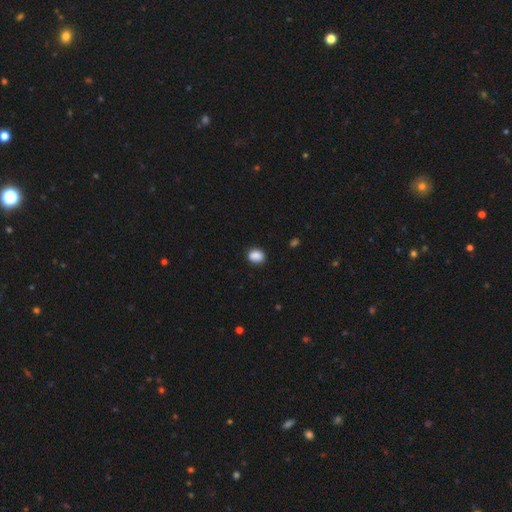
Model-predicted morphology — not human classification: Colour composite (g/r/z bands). It shows a smooth galaxy with no disk features (88%) that is in between round and cigar-shaped (56%). Merging: none (87%).